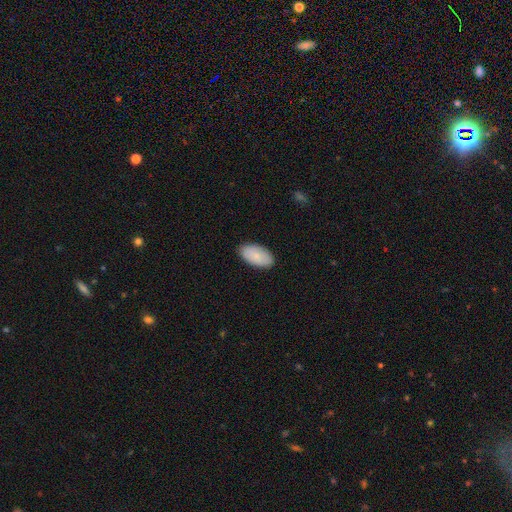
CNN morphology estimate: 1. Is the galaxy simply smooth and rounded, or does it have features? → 85% smooth, 9% featured or disk, 6% star or artifact.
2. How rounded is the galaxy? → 95% in between, 3% round, 2% cigar-shaped.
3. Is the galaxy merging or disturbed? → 87% none, 11% minor disturbance, 2% major disturbance, 1% merger.